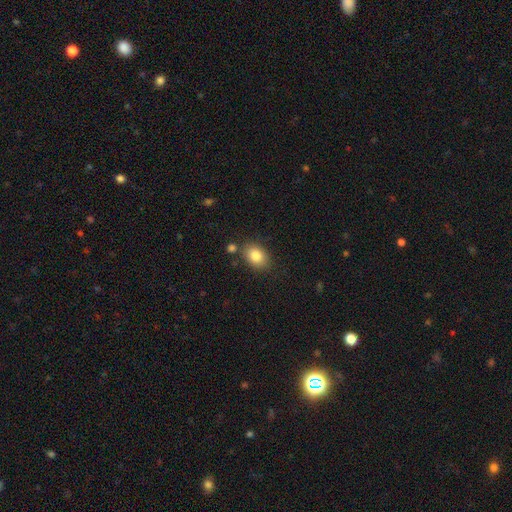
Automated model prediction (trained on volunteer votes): Overall: smooth (83%). How rounded: in between (72%). Merging: none (79%).